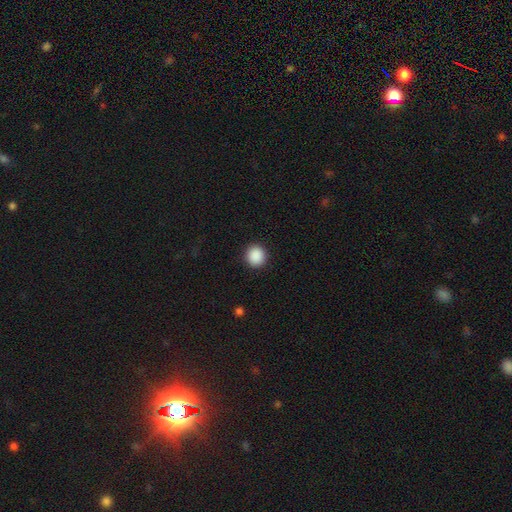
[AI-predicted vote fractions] Q: Smooth or featured?
A: smooth (89%); runner-up: star or artifact (8%)
Q: How rounded?
A: round (93%); runner-up: in between (6%)
Q: Merging?
A: none (92%); runner-up: minor disturbance (5%)